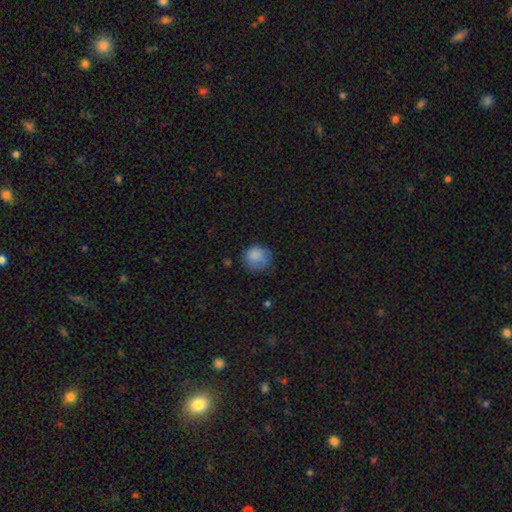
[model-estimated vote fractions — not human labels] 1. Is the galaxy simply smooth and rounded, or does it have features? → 82% smooth, 9% featured or disk, 9% star or artifact.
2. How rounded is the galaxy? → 80% round, 19% in between, 1% cigar-shaped.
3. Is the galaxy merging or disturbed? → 64% none, 25% minor disturbance, 9% major disturbance, 2% merger.